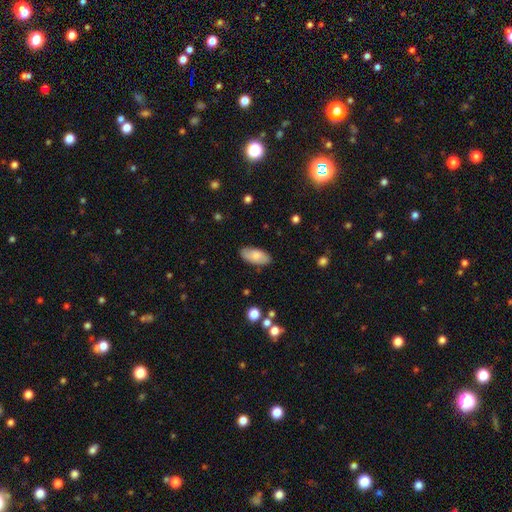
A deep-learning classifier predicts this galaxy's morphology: This appears to be a smooth galaxy with no disk features (78%) that is in between round and cigar-shaped (92%). Merging: none (84%).